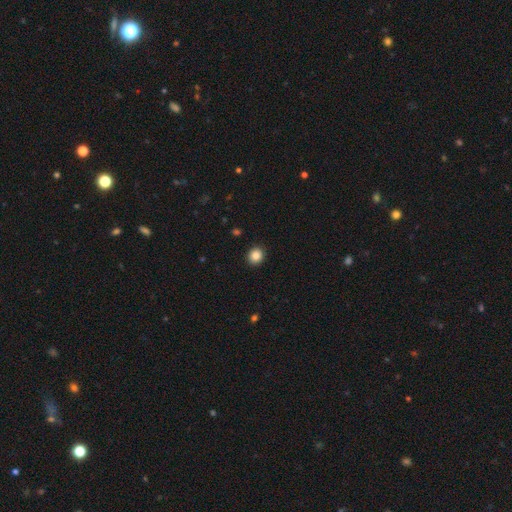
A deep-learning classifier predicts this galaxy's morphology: smooth 86%, star or artifact 10%, featured or disk 4%. Down the decision tree: how rounded — round (83%); merging — none (92%).